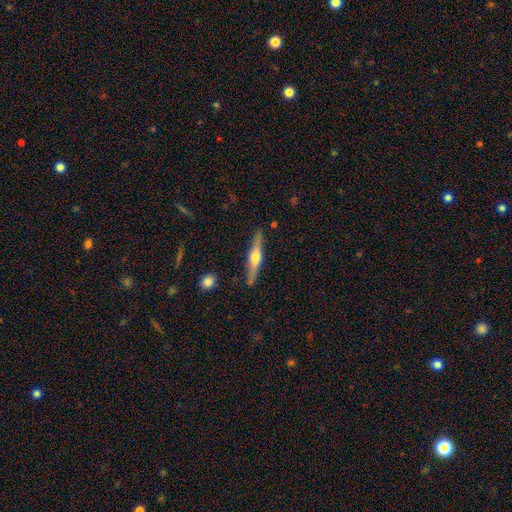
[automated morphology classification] A featured or disk galaxy (68%) viewed edge-on (97%) with a rounded central bulge (91%).

Vote fractions:
- Smooth or featured? featured or disk: 68% / smooth: 27% / star or artifact: 6%
- Edge-on disk? yes: 97% / no: 3%
- Edge-on bulge? rounded: 91% / boxy: 6% / none: 4%
- Merging? none: 87% / minor disturbance: 9% / merger: 2% / major disturbance: 2%